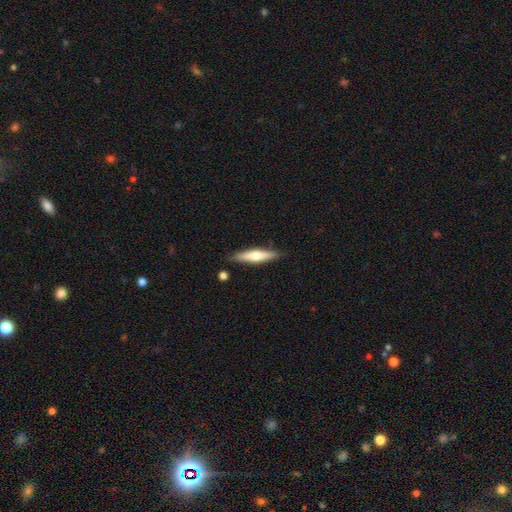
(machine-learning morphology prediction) A featured or disk galaxy (48%).

Vote fractions:
- Smooth or featured? featured or disk: 48% / smooth: 46% / star or artifact: 5%
- Merging? none: 86% / minor disturbance: 10% / merger: 2% / major disturbance: 2%